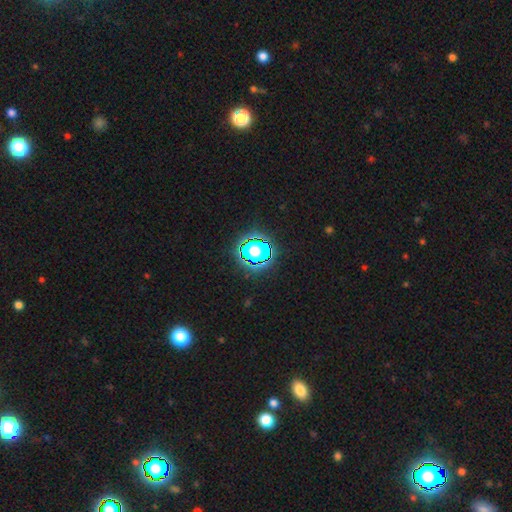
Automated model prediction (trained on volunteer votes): Overall: star or artifact (81%).